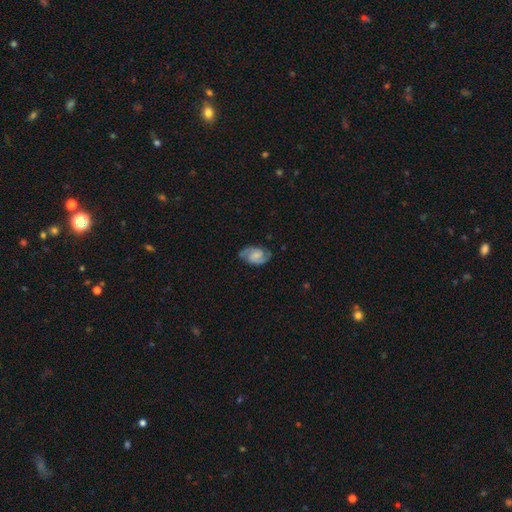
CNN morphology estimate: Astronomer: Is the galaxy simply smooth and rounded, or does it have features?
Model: featured or disk — 81%.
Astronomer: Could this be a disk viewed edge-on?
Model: no — 97%.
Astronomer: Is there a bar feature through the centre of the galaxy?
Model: weak — 45% (runner-up: no, 44%).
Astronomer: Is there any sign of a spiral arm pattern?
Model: yes — 96%.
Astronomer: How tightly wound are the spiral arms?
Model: medium — 51% (runner-up: tight, 34%).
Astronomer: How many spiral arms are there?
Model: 2 — 91%.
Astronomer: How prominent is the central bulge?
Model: small — 41% (runner-up: none, 27%).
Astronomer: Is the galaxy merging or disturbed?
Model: none — 80%.